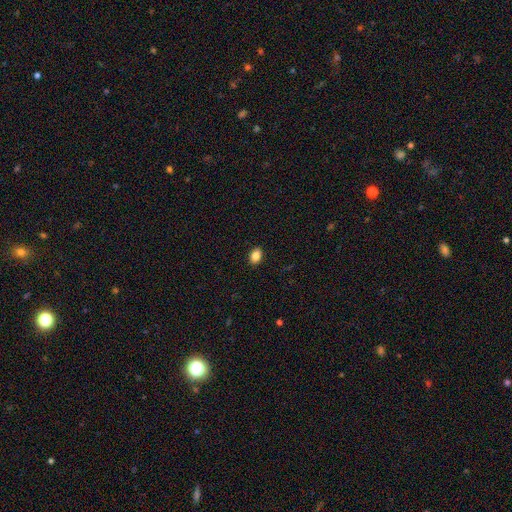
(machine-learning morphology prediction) A smooth galaxy with no disk features (85%) that is in between round and cigar-shaped (81%). Merging: none (89%).